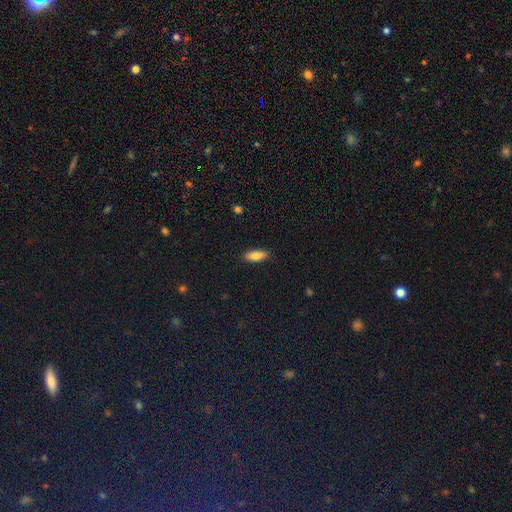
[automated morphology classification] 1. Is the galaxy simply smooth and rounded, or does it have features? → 85% smooth, 9% featured or disk, 7% star or artifact.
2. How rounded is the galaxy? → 74% in between, 24% cigar-shaped, 2% round.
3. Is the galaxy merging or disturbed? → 88% none, 9% minor disturbance, 2% major disturbance, 1% merger.